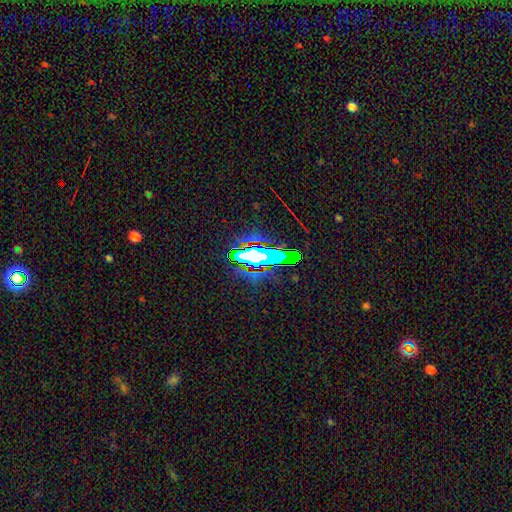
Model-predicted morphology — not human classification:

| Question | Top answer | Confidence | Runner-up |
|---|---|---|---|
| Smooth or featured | star or artifact | 55% | smooth (23%) |